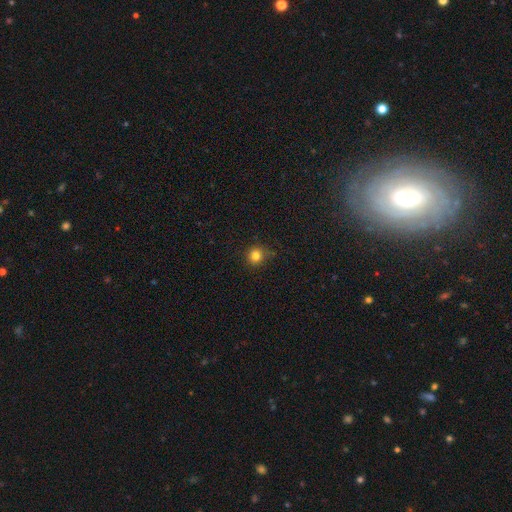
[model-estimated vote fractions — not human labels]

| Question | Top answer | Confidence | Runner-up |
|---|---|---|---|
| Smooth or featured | smooth | 82% | star or artifact (13%) |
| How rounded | round | 92% | in between (7%) |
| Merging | none | 84% | minor disturbance (12%) |